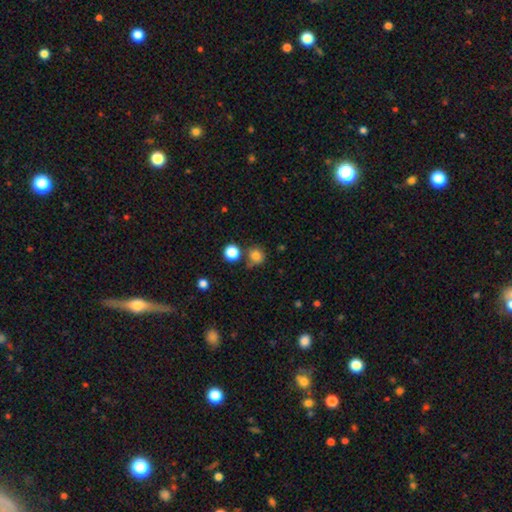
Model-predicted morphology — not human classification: Smooth or featured: smooth — 82% (star or artifact — 13%)
How rounded: round — 88% (in between — 11%)
Merging: none — 68% (minor disturbance — 14%)